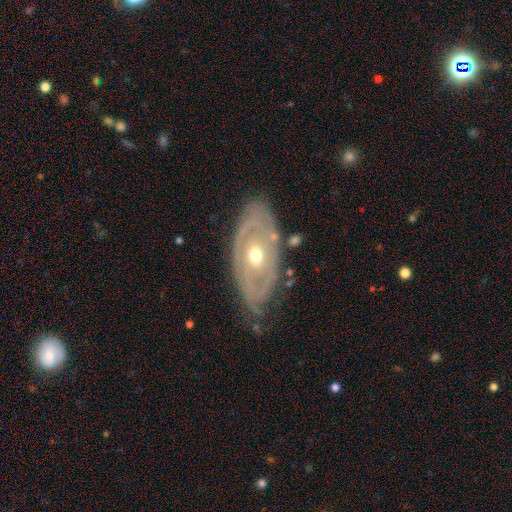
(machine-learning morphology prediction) smooth_or_featured: featured or disk (p=0.80) [alt: smooth p=0.15]
disk_edge_on: no (p=0.91) [alt: yes p=0.09]
bar: no (p=0.79) [alt: weak p=0.15]
has_spiral_arms: yes (p=0.62) [alt: no p=0.38]
bulge_size: moderate (p=0.63) [alt: small p=0.33]
merging: none (p=0.68) [alt: minor disturbance p=0.21]